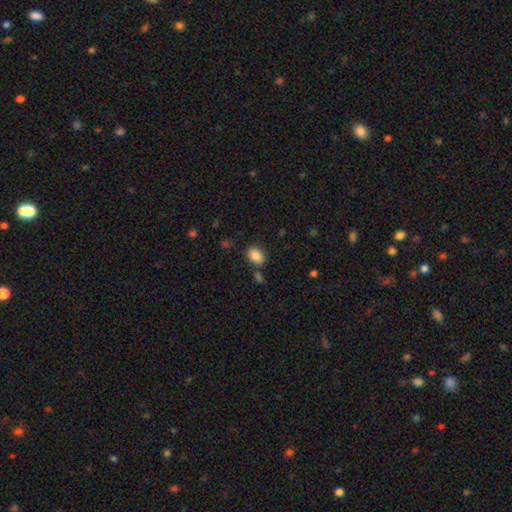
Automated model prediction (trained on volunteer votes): Smooth or featured: smooth — 86% (star or artifact — 9%)
How rounded: in between — 71% (round — 28%)
Merging: none — 75% (minor disturbance — 13%)